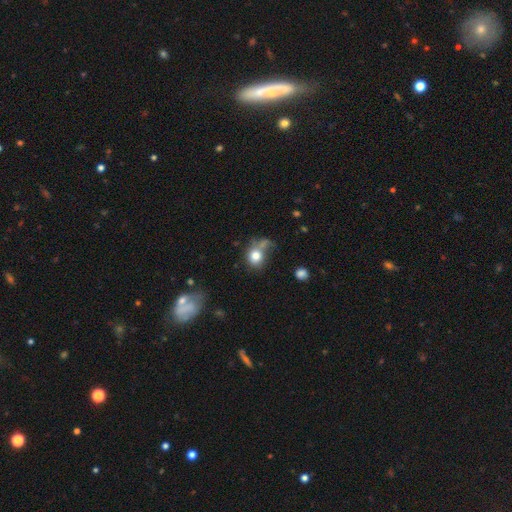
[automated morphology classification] The model was most divided on "merging": none: 43%, minor disturbance: 21%, merger: 19%, major disturbance: 18%. More confident: smooth or featured — smooth (77%); how rounded — round (71%).